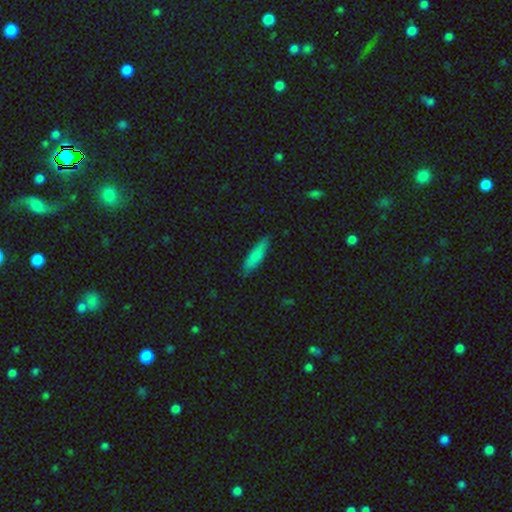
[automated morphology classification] This is clearly a smooth galaxy (82%). How rounded: likely cigar-shaped (66%). Merging: clearly none (85%).